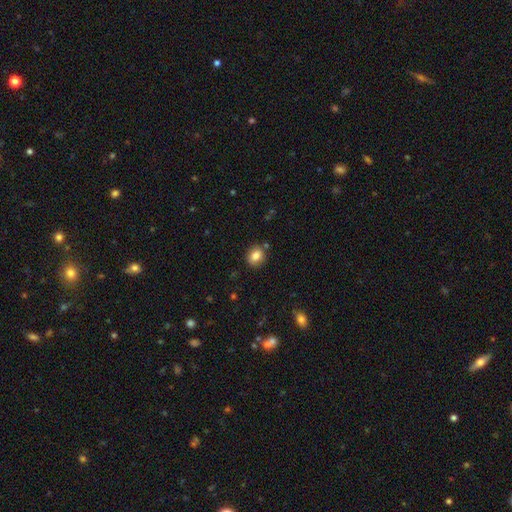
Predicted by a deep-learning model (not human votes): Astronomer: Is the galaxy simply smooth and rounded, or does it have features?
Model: smooth — 83%.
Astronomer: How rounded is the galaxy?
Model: round — 53% (runner-up: in between, 46%).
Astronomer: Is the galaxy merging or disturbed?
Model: none — 82%.